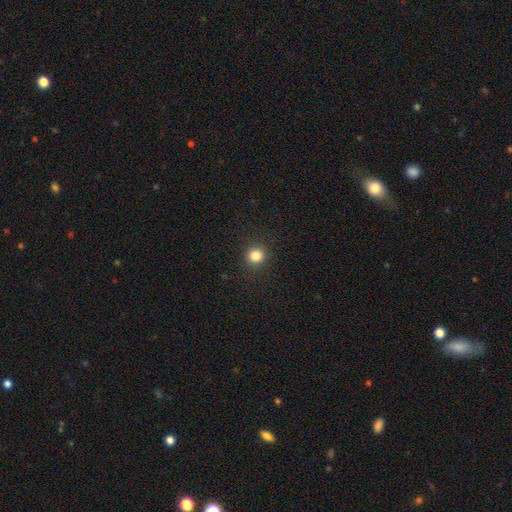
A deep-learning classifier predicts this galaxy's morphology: Q: Smooth or featured?
A: smooth (83%); runner-up: star or artifact (13%)
Q: How rounded?
A: round (92%); runner-up: in between (7%)
Q: Merging?
A: none (92%); runner-up: minor disturbance (5%)